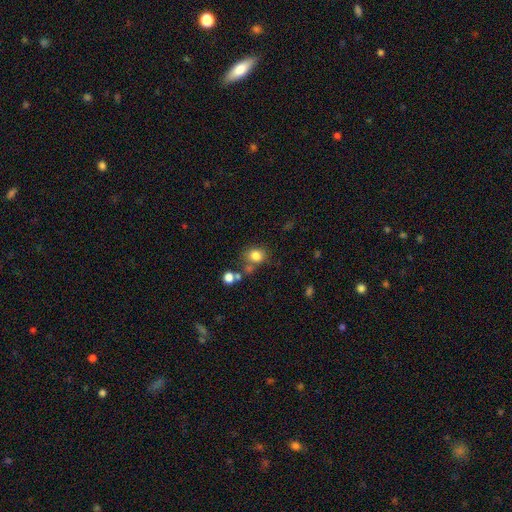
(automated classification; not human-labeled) A smooth galaxy with no disk features (80%) that is round (63%). Merging: none (61%).